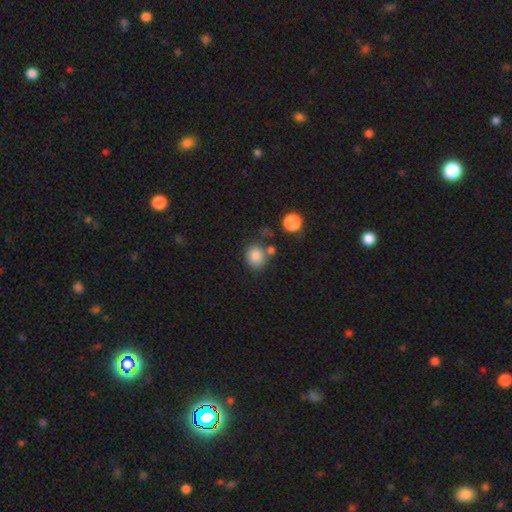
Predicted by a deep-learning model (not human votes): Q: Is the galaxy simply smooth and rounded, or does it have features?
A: smooth — 85%.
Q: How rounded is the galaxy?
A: round — 67%.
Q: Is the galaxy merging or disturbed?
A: none — 65%.